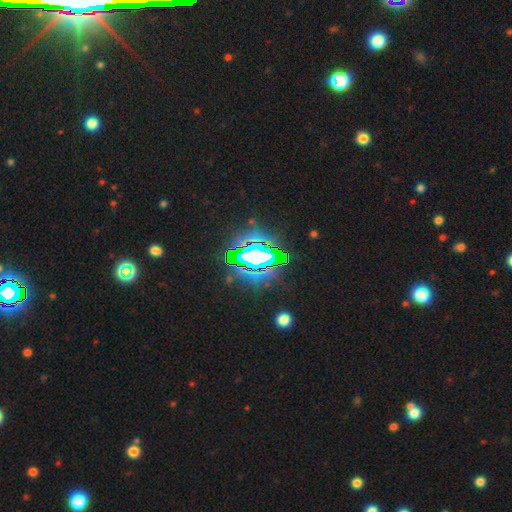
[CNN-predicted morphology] This is likely a star or artifact rather than a galaxy (76%).